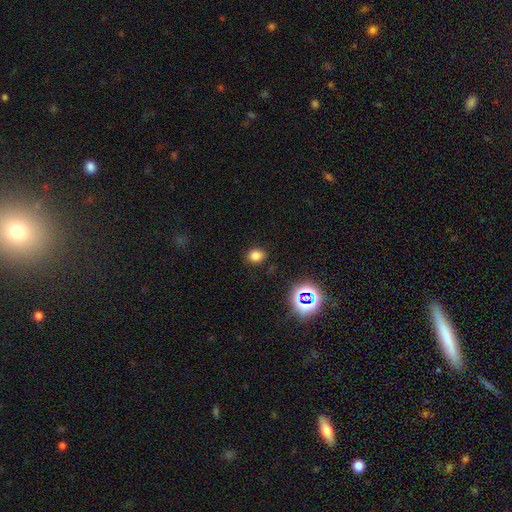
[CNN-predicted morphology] This is likely a smooth galaxy (77%). How rounded: likely round (64%). Merging: clearly none (87%).